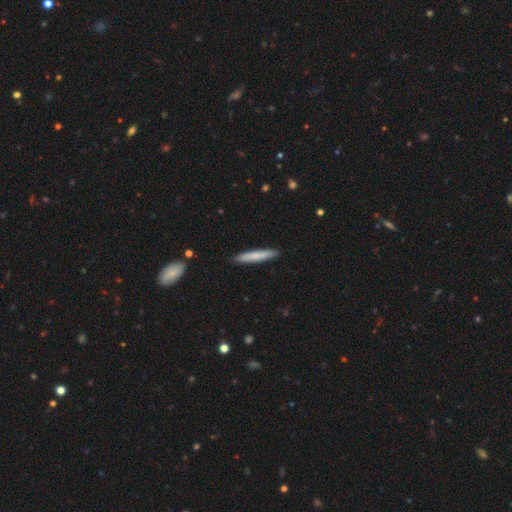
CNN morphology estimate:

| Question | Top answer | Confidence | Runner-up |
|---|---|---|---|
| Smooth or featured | smooth | 70% | featured or disk (24%) |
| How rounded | cigar-shaped | 93% | in between (6%) |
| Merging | none | 89% | minor disturbance (8%) |